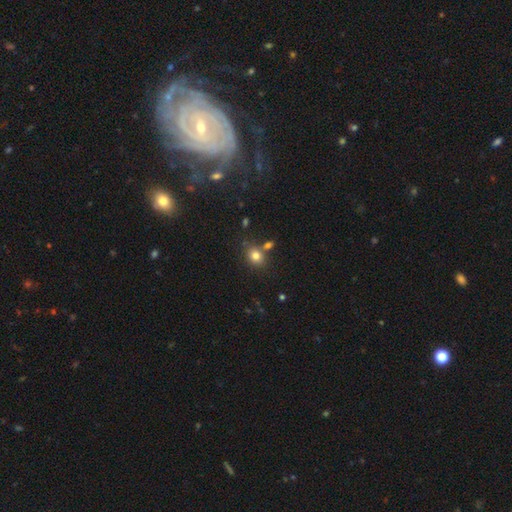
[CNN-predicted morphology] type=smooth (79%); roundness=round (57%); merging=none (68%).